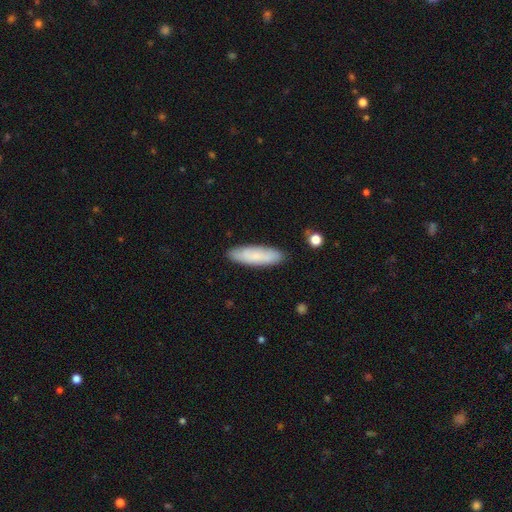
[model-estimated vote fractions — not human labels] smooth-or-featured: smooth: 76% | featured or disk: 17% | star or artifact: 7%
  how-rounded: cigar-shaped: 58% | in between: 40% | round: 2%
  merging: none: 86% | minor disturbance: 10% | major disturbance: 2% | merger: 1%